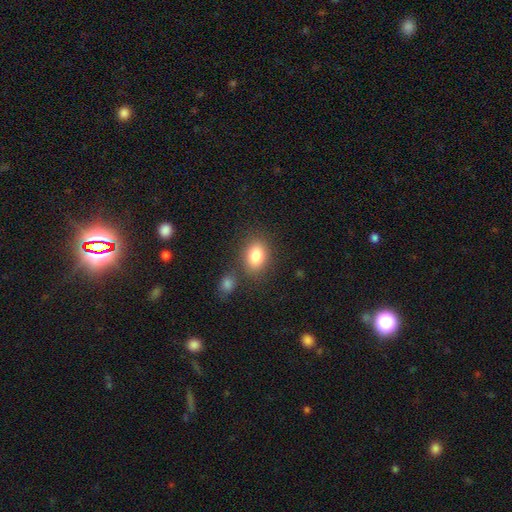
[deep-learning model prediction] Smooth or featured: smooth — 83% (star or artifact — 8%)
How rounded: in between — 76% (round — 22%)
Merging: none — 72% (merger — 12%)